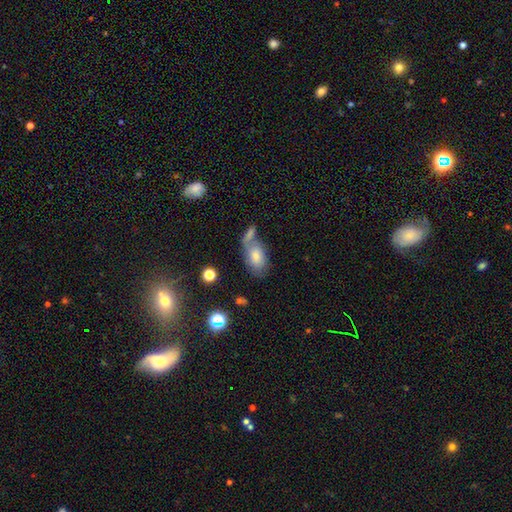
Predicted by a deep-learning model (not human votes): The model was most divided on "merging" (2-way tie): merger: 36%, none: 36%, minor disturbance: 17%, major disturbance: 11%. More confident: how rounded — in between (91%); smooth or featured — smooth (75%).